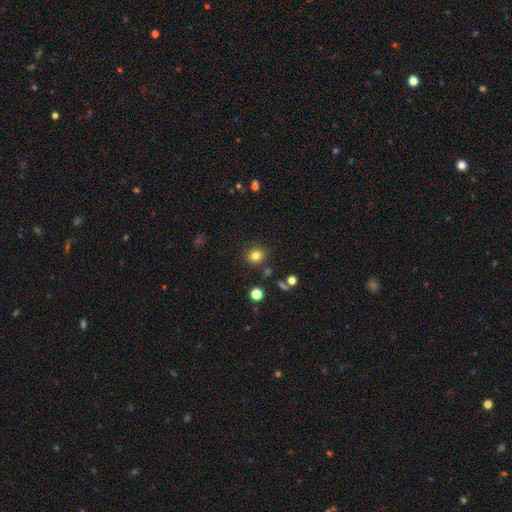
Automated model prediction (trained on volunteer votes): Smooth or featured: smooth — 80% (star or artifact — 13%)
How rounded: round — 81% (in between — 18%)
Merging: none — 85% (minor disturbance — 8%)